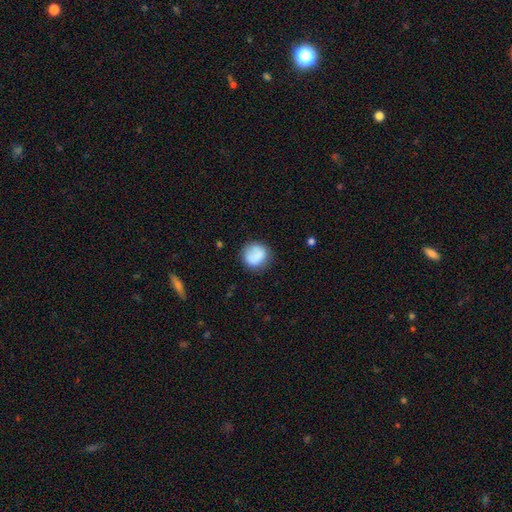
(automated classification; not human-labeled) Overall: smooth (84%). How rounded: round (87%). Merging: none (75%).